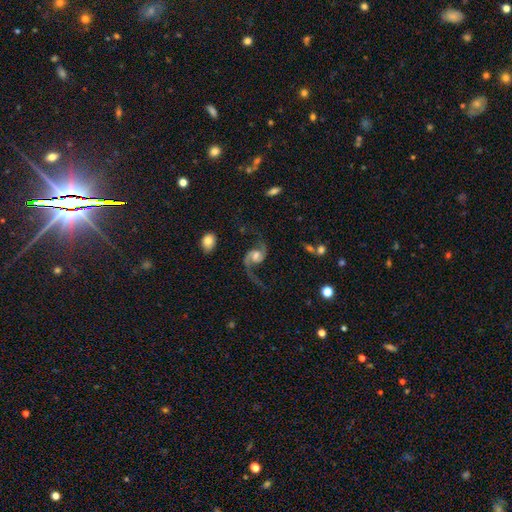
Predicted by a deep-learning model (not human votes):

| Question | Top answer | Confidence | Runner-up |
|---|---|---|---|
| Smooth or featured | featured or disk | 90% | star or artifact (5%) |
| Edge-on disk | no | 98% | yes (2%) |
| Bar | no | 52% | weak (38%) |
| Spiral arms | yes | 98% | no (2%) |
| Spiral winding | loose | 76% | medium (21%) |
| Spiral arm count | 2 | 94% | 1 (2%) |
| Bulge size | moderate | 58% | small (22%) |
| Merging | none | 71% | minor disturbance (14%) |